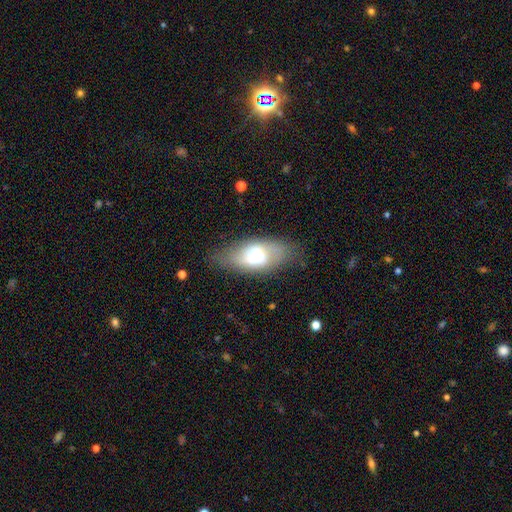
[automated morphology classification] Smooth or featured? Predicted: smooth (p=0.55). How rounded? Predicted: in between (p=0.84). Merging? Predicted: none (p=0.66).